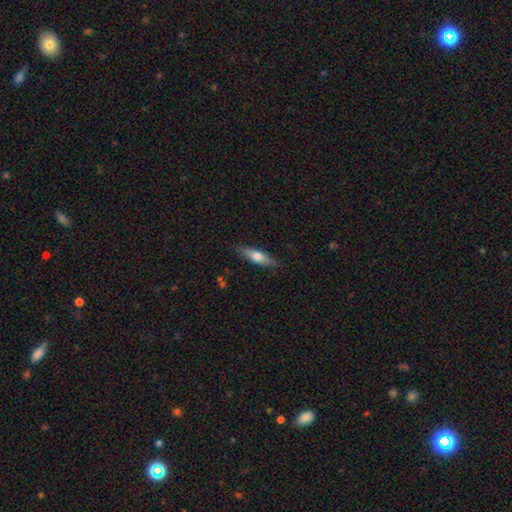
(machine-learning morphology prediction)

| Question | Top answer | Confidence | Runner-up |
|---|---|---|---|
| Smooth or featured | smooth | 55% | featured or disk (39%) |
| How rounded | cigar-shaped | 68% | in between (30%) |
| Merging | none | 87% | minor disturbance (10%) |